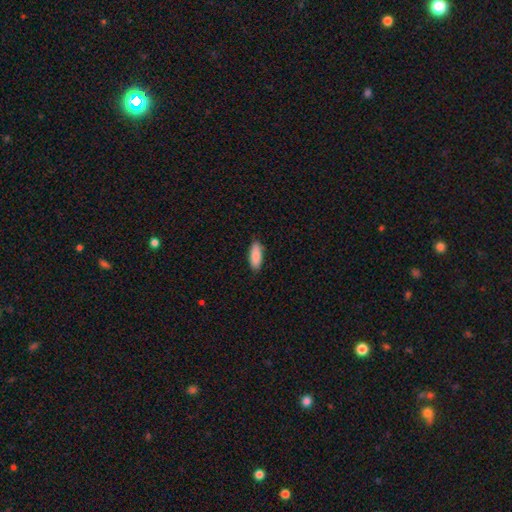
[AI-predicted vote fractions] A smooth galaxy with no disk features (88%) that is in between round and cigar-shaped (72%). Merging: none (86%).